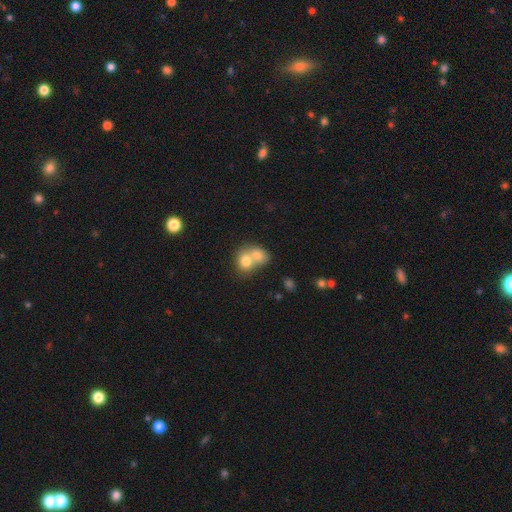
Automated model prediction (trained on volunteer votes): Smooth or featured?
  - smooth: 70% *
  - featured or disk: 20%
  - star or artifact: 11%
How rounded?
  - round: 61% *
  - in between: 38%
  - cigar-shaped: 1%
Merging?
  - merger: 73% *
  - none: 20%
  - minor disturbance: 5%
  - major disturbance: 3%